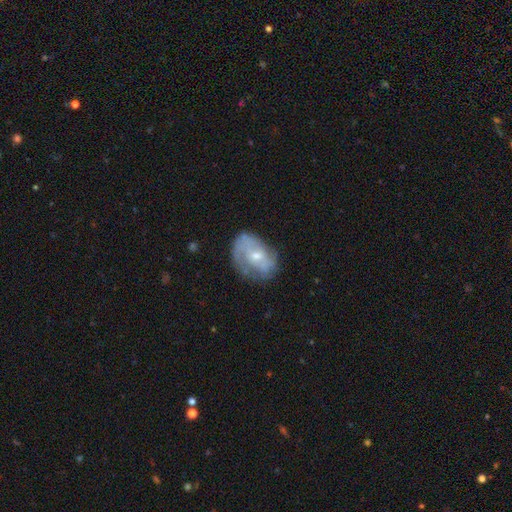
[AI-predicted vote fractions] Smooth or featured: featured or disk — 64% (smooth — 29%)
Edge-on disk: no — 96% (yes — 4%)
Bar: no — 62% (weak — 31%)
Spiral arms: yes — 71% (no — 29%)
Bulge size: small — 54% (moderate — 42%)
Merging: none — 59% (minor disturbance — 26%)